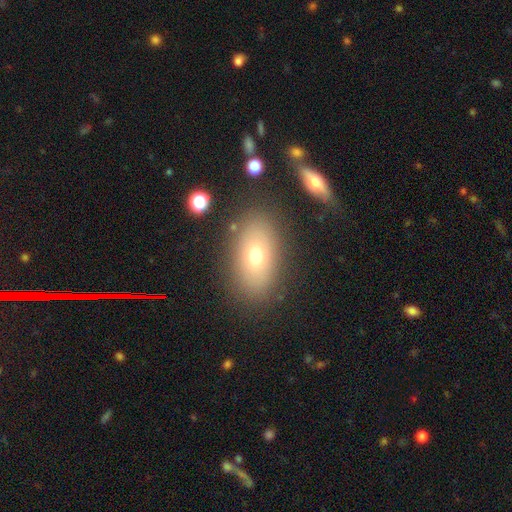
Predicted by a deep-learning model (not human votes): Q: Smooth or featured?
A: smooth (66%); runner-up: featured or disk (21%)
Q: How rounded?
A: in between (86%); runner-up: round (10%)
Q: Merging?
A: none (82%); runner-up: minor disturbance (10%)